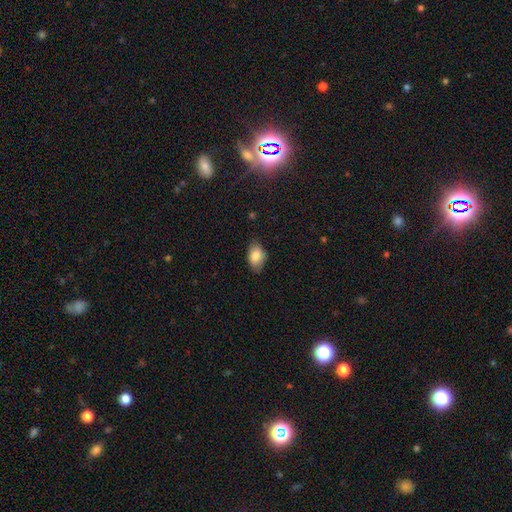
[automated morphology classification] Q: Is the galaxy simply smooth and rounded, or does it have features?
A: smooth — 83%.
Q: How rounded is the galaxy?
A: in between — 90%.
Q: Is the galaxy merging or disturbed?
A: none — 74%.